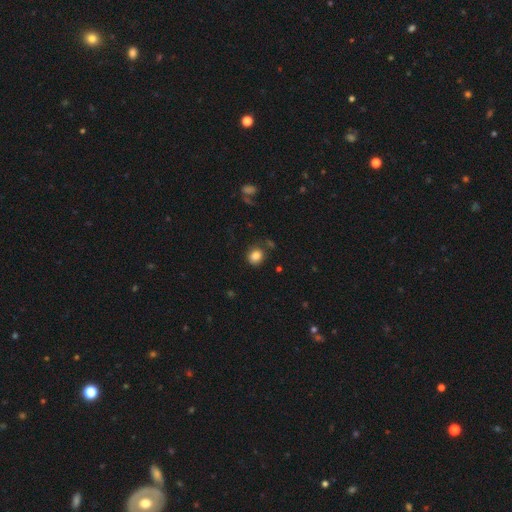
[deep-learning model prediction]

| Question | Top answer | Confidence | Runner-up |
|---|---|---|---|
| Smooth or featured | smooth | 85% | star or artifact (10%) |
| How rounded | round | 70% | in between (29%) |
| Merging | none | 77% | minor disturbance (14%) |